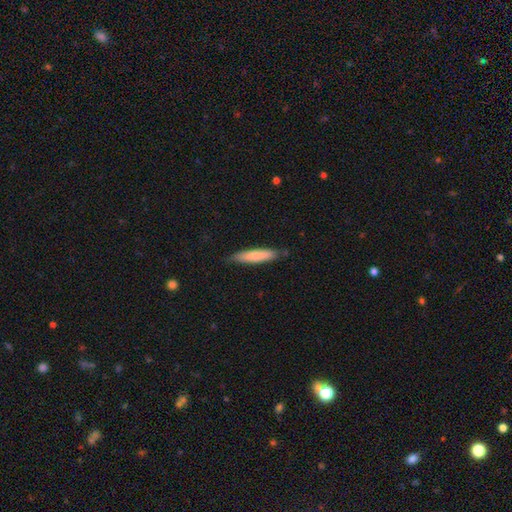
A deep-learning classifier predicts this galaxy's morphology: Smooth or featured? smooth (72%)
How rounded? cigar-shaped (82%)
Merging? none (81%)